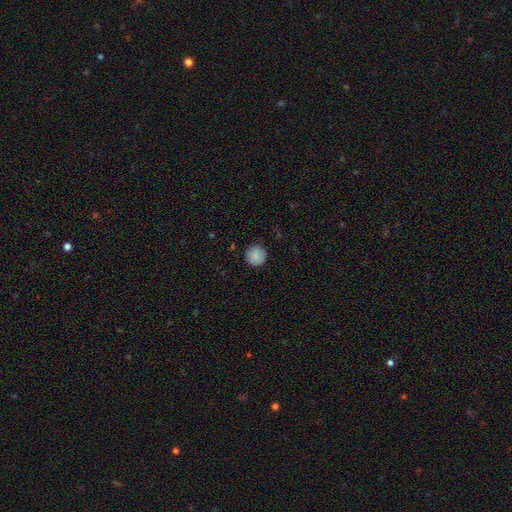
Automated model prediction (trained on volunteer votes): smooth-or-featured: smooth: 88% | star or artifact: 8% | featured or disk: 4%
  how-rounded: round: 96% | in between: 3% | cigar-shaped: 1%
  merging: none: 90% | minor disturbance: 7% | major disturbance: 2% | merger: 1%